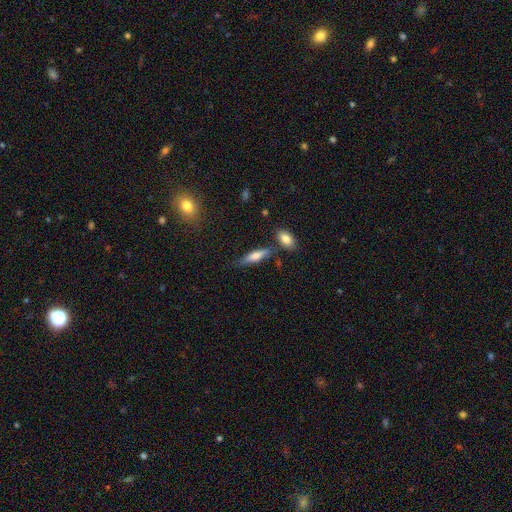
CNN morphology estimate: This appears to be a smooth galaxy with no disk features (68%) that is cigar-shaped (66%). Merging: none (70%).